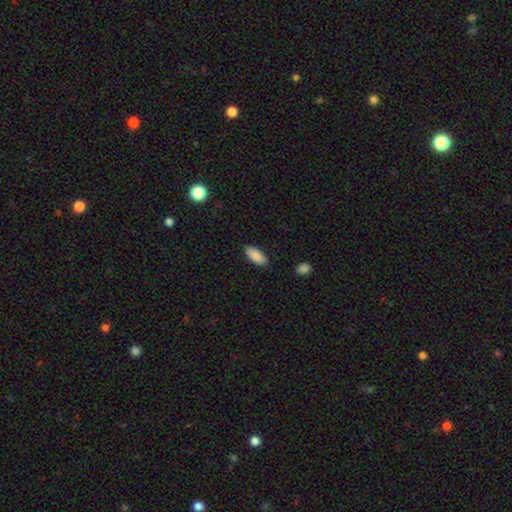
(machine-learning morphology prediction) Smooth or featured? smooth (89%)
How rounded? in between (88%)
Merging? none (86%)